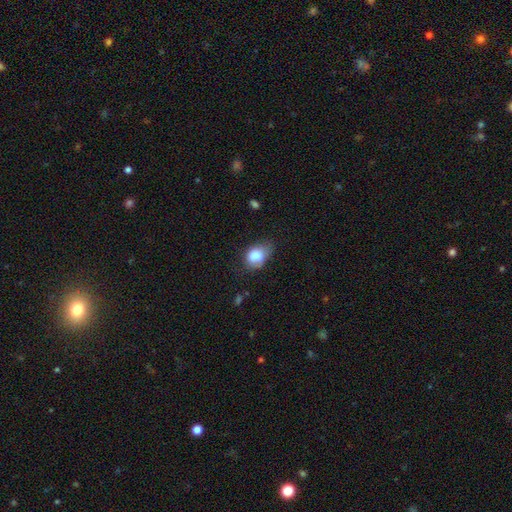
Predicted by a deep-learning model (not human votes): Smooth or featured: smooth — 82% (featured or disk — 10%)
How rounded: in between — 68% (round — 31%)
Merging: minor disturbance — 43% (none — 38%)